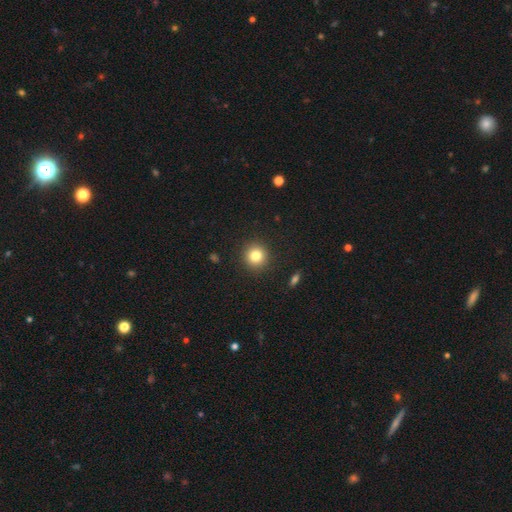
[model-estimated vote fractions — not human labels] Overall: smooth (82%). How rounded: round (94%). Merging: none (91%).